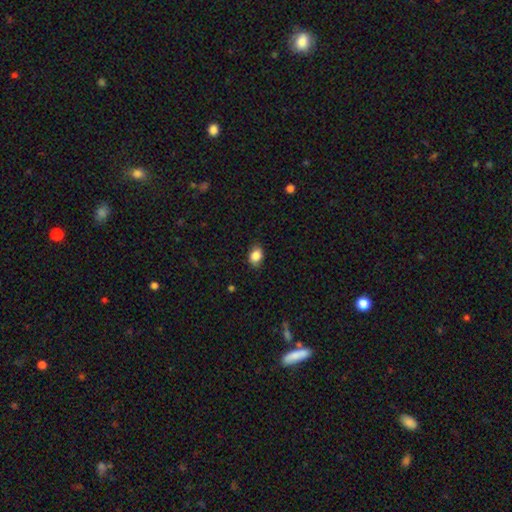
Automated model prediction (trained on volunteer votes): A smooth galaxy with no disk features (86%) that is in between round and cigar-shaped (70%). Merging: none (83%).